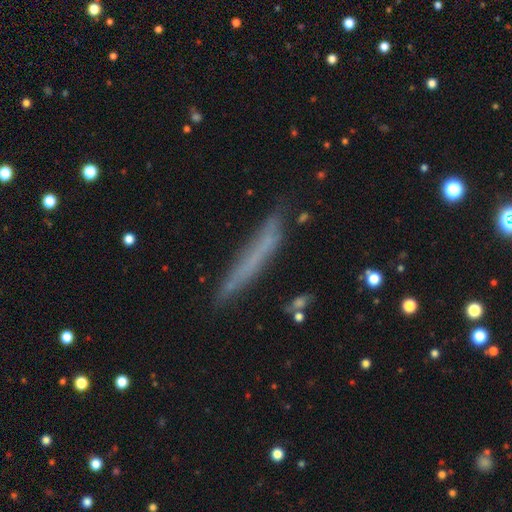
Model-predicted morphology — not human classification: This is possibly a smooth galaxy (54%). How rounded: clearly cigar-shaped (94%). Merging: likely none (68%).